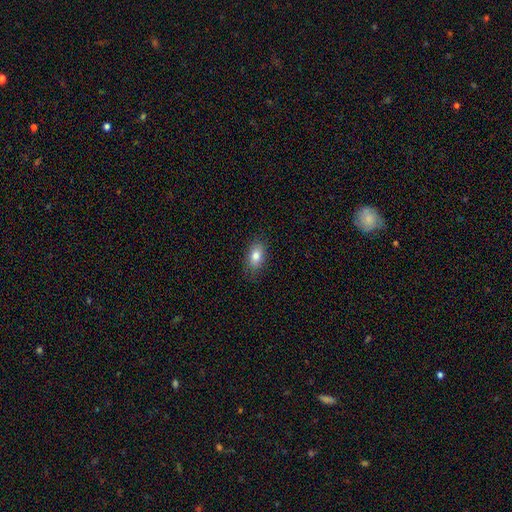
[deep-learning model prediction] Morphology: type=smooth (80%); roundness=in between (87%); merging=none (84%).